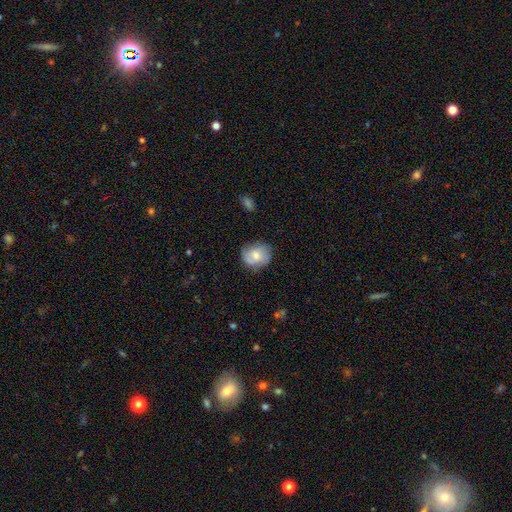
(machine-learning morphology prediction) A smooth galaxy with no disk features (66%) that is round (70%). Merging: none (73%).